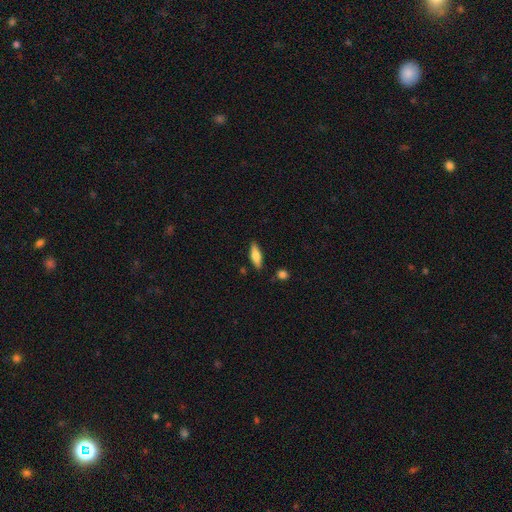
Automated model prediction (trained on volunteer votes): smooth-or-featured: smooth: 66% | featured or disk: 27% | star or artifact: 6%
  how-rounded: in between: 52% | cigar-shaped: 45% | round: 2%
  merging: none: 83% | minor disturbance: 12% | major disturbance: 2% | merger: 2%